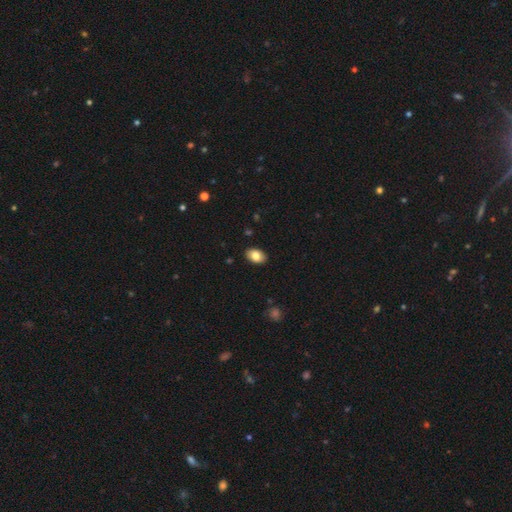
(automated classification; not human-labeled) Overall: smooth (82%). How rounded: in between (88%). Merging: none (89%).